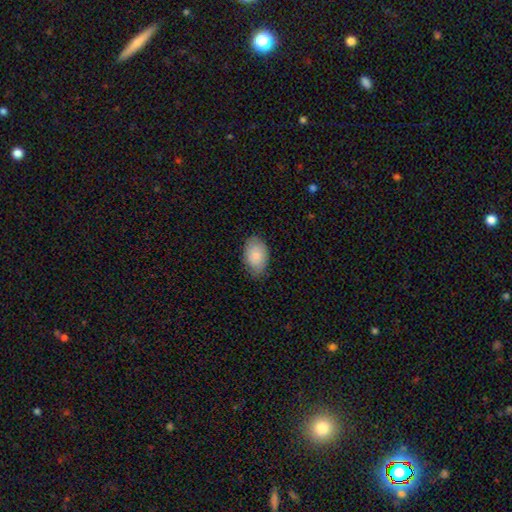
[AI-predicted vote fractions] Morphology: type=smooth (81%); roundness=in between (90%); merging=none (78%).